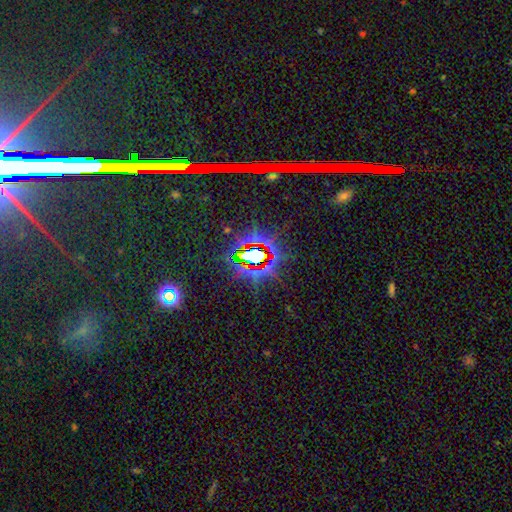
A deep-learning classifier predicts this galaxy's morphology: Smooth or featured? Predicted: star or artifact (p=0.81).